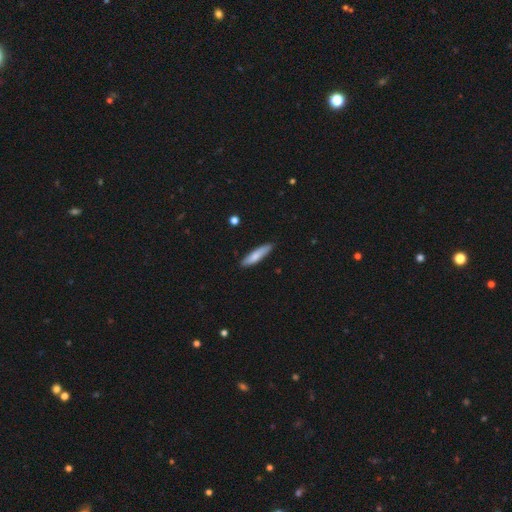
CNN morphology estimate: Overall: smooth (76%). How rounded: cigar-shaped (80%). Merging: none (86%).